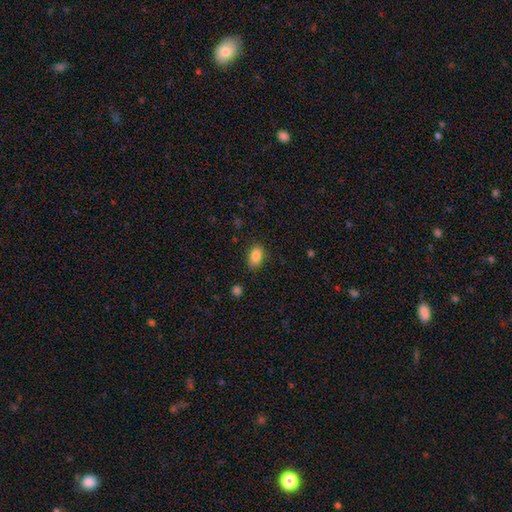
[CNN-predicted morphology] smooth_or_featured: smooth (p=0.86) [alt: star or artifact p=0.08]
how_rounded: in between (p=0.88) [alt: round p=0.11]
merging: none (p=0.84) [alt: minor disturbance p=0.12]